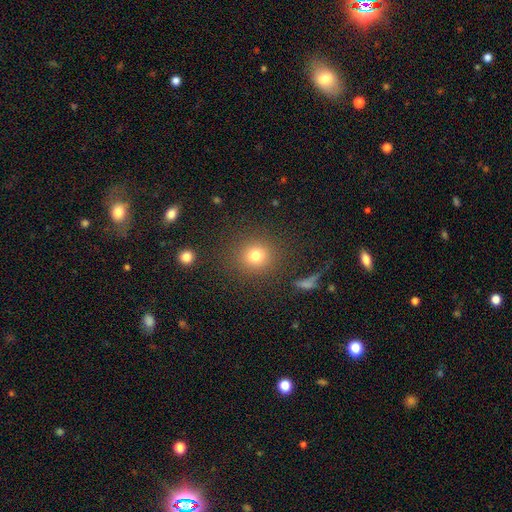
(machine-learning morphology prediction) type=smooth (78%); roundness=round (88%); merging=none (85%).